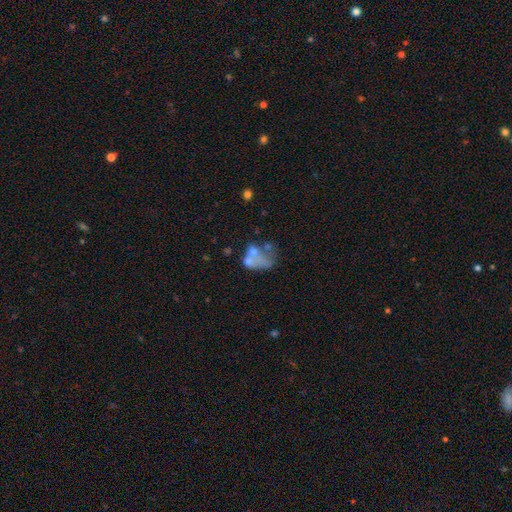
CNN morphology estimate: Overall: smooth (47%; featured or disk 40%). Merging: merger (35%; major disturbance 29%).